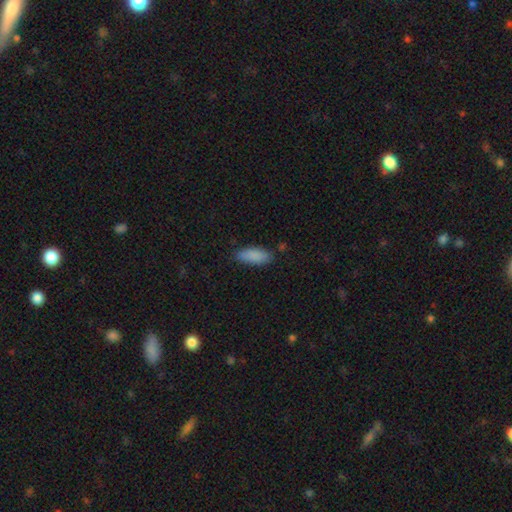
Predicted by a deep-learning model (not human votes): Smooth or featured? smooth (88%)
How rounded? in between (78%)
Merging? none (81%)